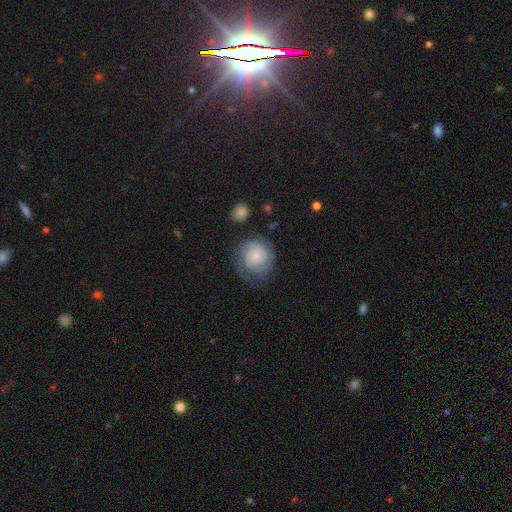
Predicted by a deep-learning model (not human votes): Smooth or featured? smooth (50%)
Merging? none (64%)